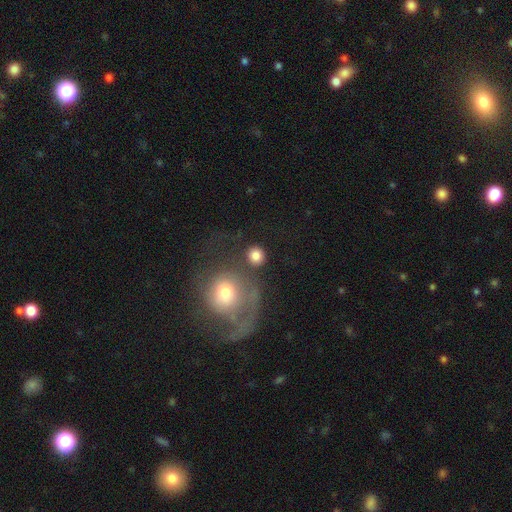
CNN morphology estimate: smooth_or_featured: smooth (p=0.84) [alt: star or artifact p=0.09]
how_rounded: round (p=0.89) [alt: in between p=0.10]
merging: none (p=0.74) [alt: merger p=0.11]